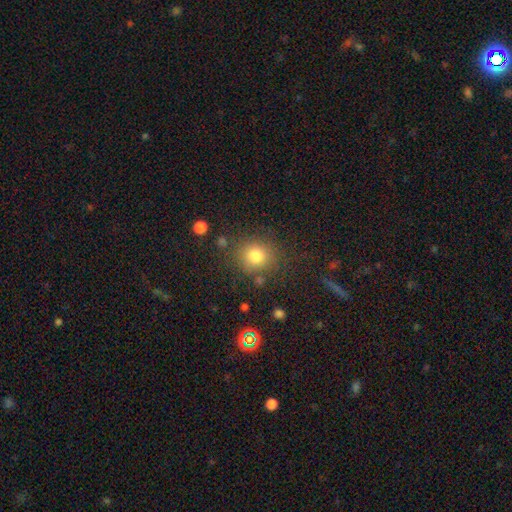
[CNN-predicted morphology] This appears to be a smooth galaxy with no disk features (79%) that is round (84%). Merging: none (80%).